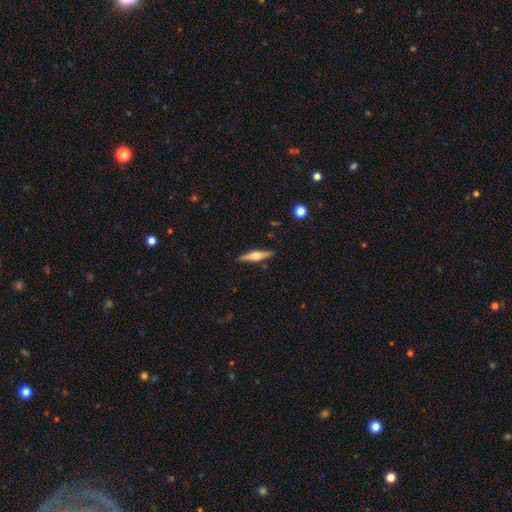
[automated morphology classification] Smooth or featured: featured or disk — 65% (smooth — 29%)
Edge-on disk: yes — 97% (no — 3%)
Edge-on bulge: rounded — 91% (boxy — 6%)
Merging: none — 89% (minor disturbance — 8%)